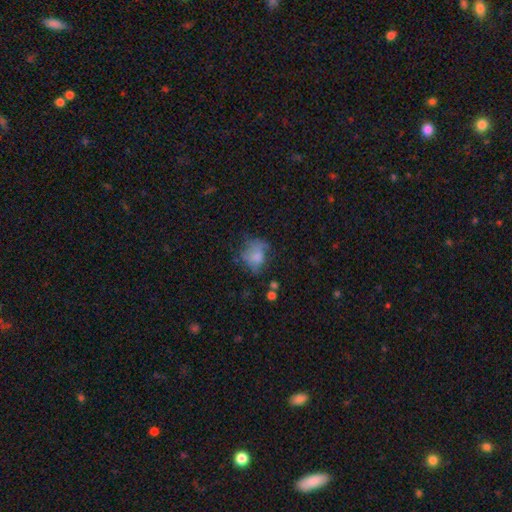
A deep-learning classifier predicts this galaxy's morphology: This appears to be a smooth galaxy with no disk features (60%) that is in between round and cigar-shaped (51%). Merging: none (36%).